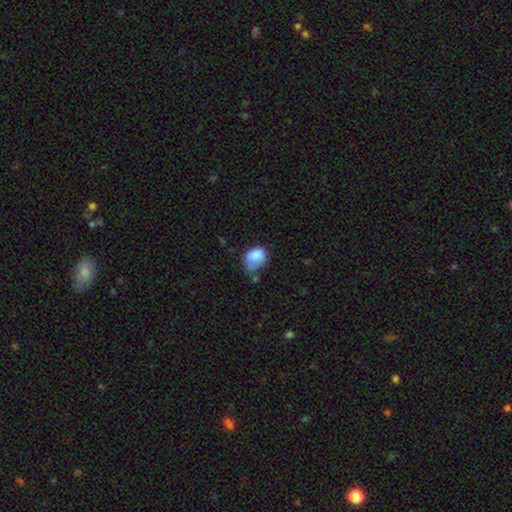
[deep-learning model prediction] The model was most divided on "merging": minor disturbance: 36%, none: 29%, major disturbance: 21%, merger: 13%. More confident: smooth or featured — smooth (81%); how rounded — in between (66%).